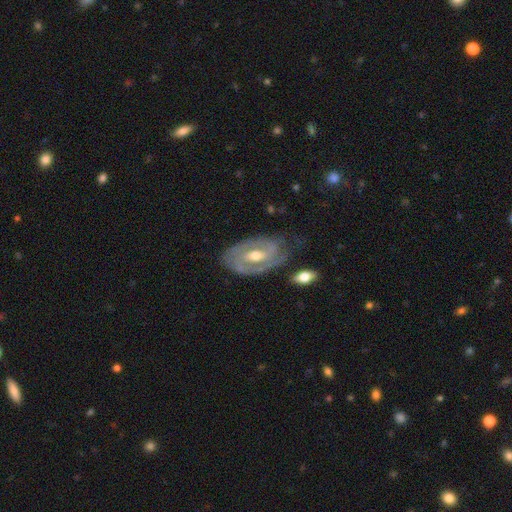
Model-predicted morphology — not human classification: A featured or disk galaxy (84%) with a weak bar (46%), 2 (65%) tight (59%) spiral arms (88%) and a moderate central bulge (68%). Merging: none (69%).